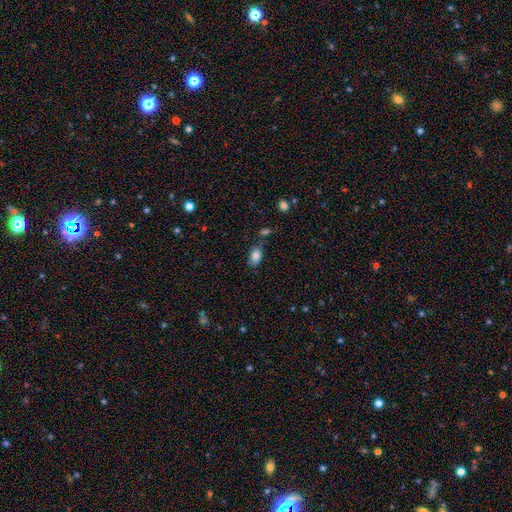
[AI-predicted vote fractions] smooth 82%, featured or disk 9%, star or artifact 9%. Down the decision tree: how rounded — in between (91%); merging — none (68%).